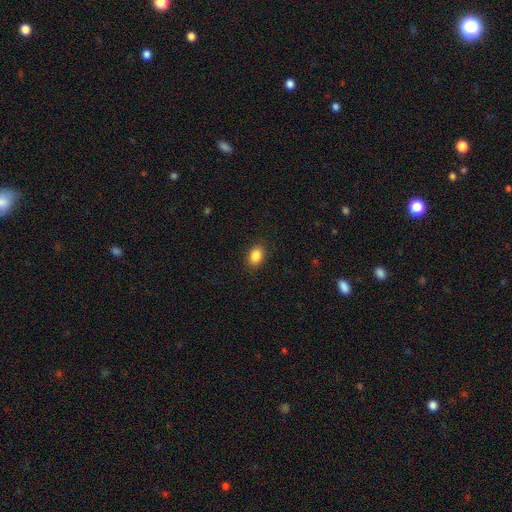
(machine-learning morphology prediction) Smooth or featured: smooth — 87% (star or artifact — 9%)
How rounded: in between — 77% (round — 22%)
Merging: none — 88% (minor disturbance — 8%)